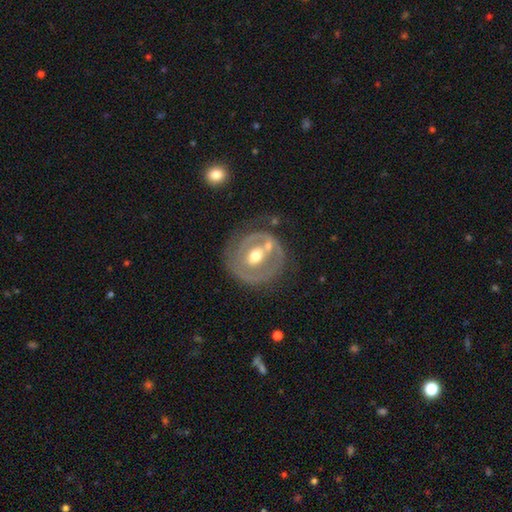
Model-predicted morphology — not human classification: featured or disk 65%, smooth 29%, star or artifact 6%. Down the decision tree: edge-on disk — no (95%); bar — no (50%); spiral arms — no (69%); bulge size — moderate (76%); merging — none (57%).